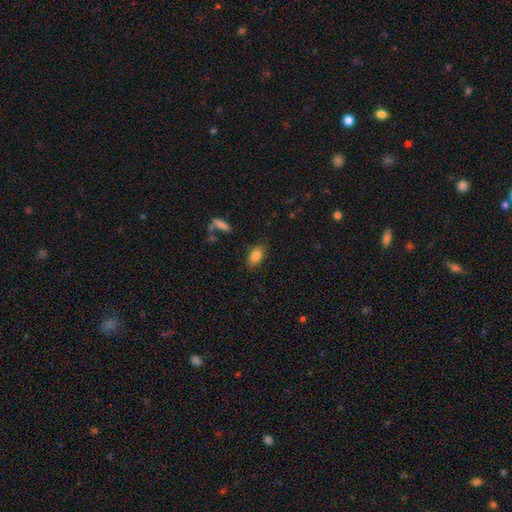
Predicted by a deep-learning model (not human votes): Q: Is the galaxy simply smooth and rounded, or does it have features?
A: smooth — 84%.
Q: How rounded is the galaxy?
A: in between — 89%.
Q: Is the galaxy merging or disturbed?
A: none — 83%.